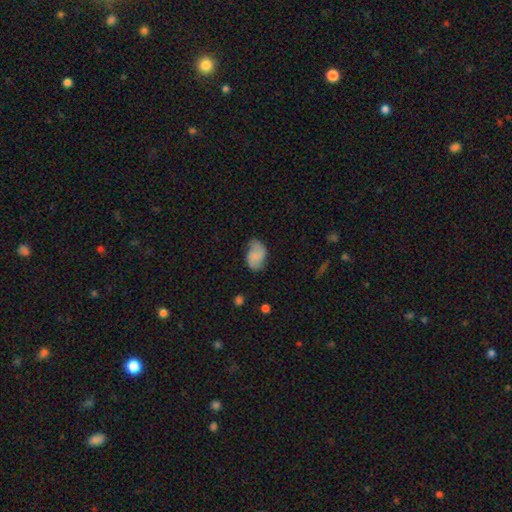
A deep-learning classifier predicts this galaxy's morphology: Smooth or featured? smooth (63%)
How rounded? in between (88%)
Merging? none (52%)